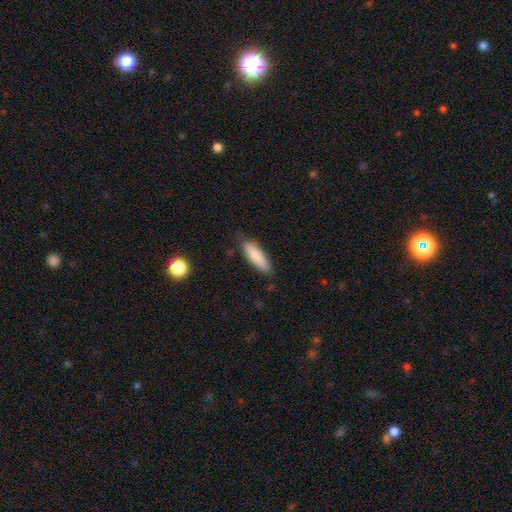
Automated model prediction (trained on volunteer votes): smooth 83%, featured or disk 11%, star or artifact 6%. Down the decision tree: how rounded — in between (50%); merging — none (78%).